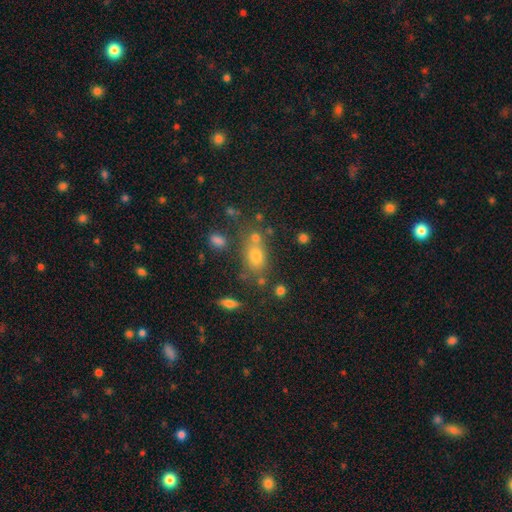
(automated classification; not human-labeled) Overall: smooth (69%). How rounded: in between (66%; round 30%). Merging: none (56%; merger 23%).